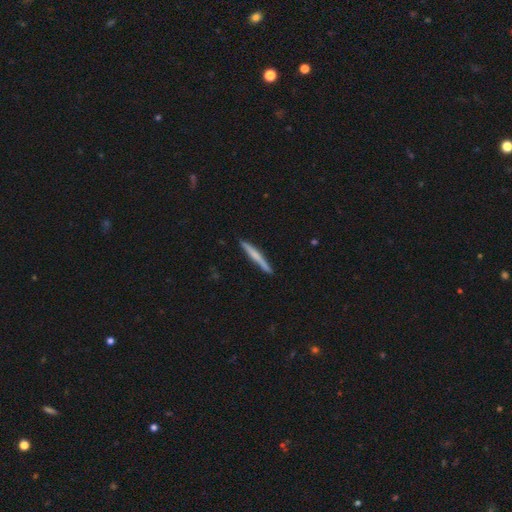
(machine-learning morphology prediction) Smooth or featured?
  - smooth: 48% *
  - featured or disk: 46%
  - star or artifact: 5%
Merging?
  - none: 89% *
  - minor disturbance: 8%
  - major disturbance: 1%
  - merger: 1%